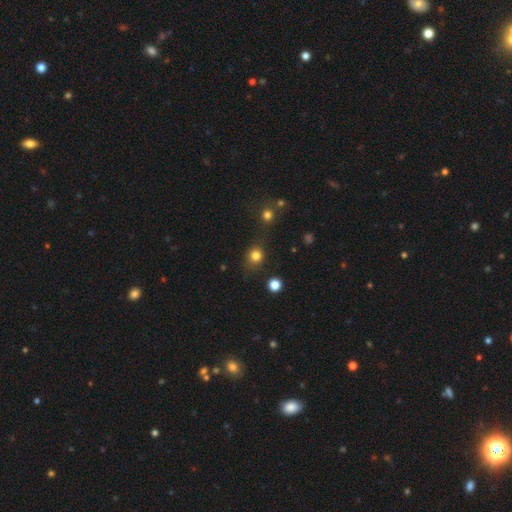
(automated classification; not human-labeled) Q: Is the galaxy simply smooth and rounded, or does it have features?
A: smooth — 80%.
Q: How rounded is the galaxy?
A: round — 79%.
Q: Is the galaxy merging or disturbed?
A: none — 71%.